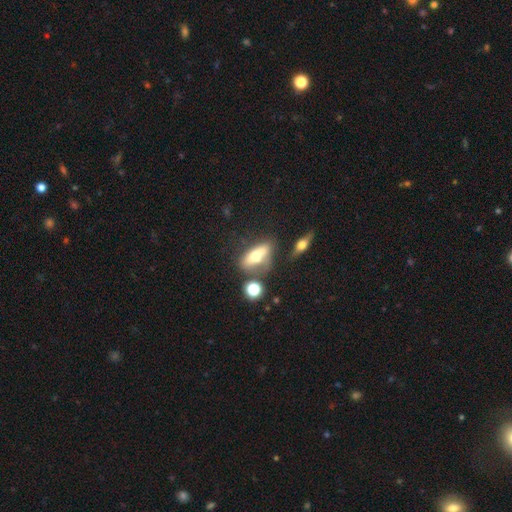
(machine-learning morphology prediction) smooth_or_featured: smooth (p=0.54) [alt: featured or disk p=0.36]
how_rounded: in between (p=0.68) [alt: cigar-shaped p=0.25]
merging: none (p=0.50) [alt: merger p=0.19]